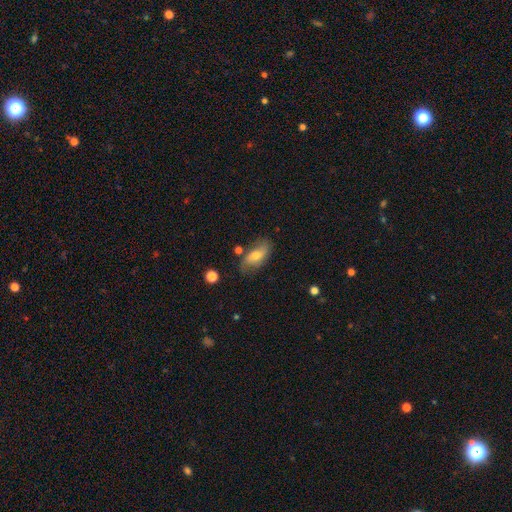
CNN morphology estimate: smooth_or_featured: smooth (p=0.53) [alt: featured or disk p=0.39]
how_rounded: in between (p=0.85) [alt: cigar-shaped p=0.10]
merging: none (p=0.69) [alt: minor disturbance p=0.21]